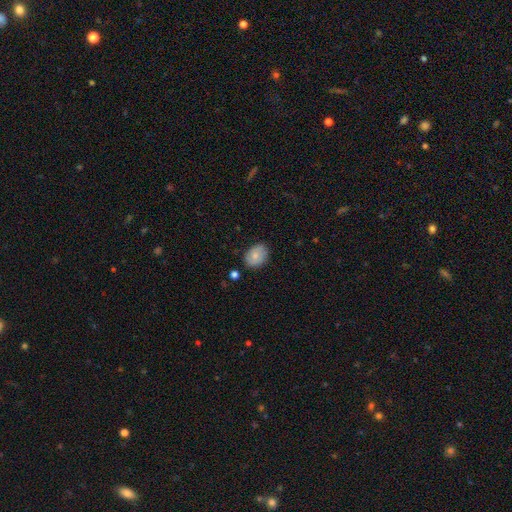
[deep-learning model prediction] A smooth galaxy with no disk features (74%) that is in between round and cigar-shaped (71%).

Vote fractions:
- Smooth or featured? smooth: 74% / featured or disk: 19% / star or artifact: 7%
- How rounded? in between: 71% / round: 28% / cigar-shaped: 1%
- Merging? none: 78% / minor disturbance: 17% / major disturbance: 3% / merger: 2%